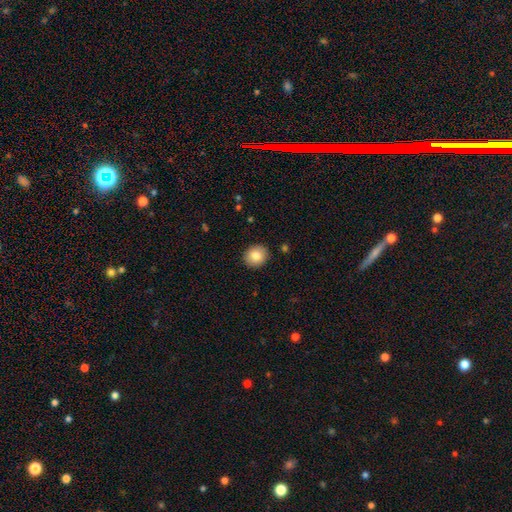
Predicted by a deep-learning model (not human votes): Smooth or featured? Predicted: smooth (p=0.84). How rounded? Predicted: round (p=0.75). Merging? Predicted: none (p=0.90).